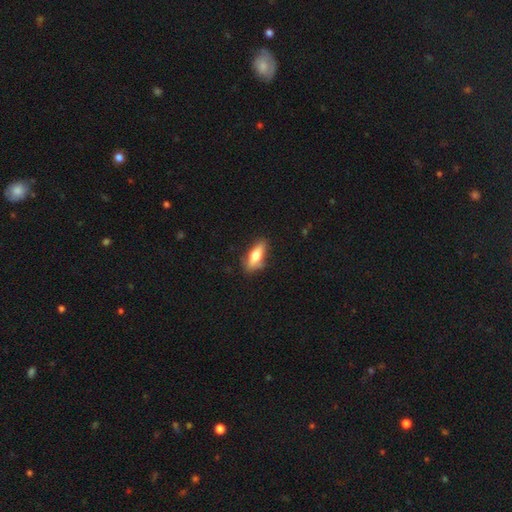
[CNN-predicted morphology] A smooth galaxy with no disk features (66%) that is in between round and cigar-shaped (59%).

Vote fractions:
- Smooth or featured? smooth: 66% / featured or disk: 28% / star or artifact: 6%
- How rounded? in between: 59% / cigar-shaped: 39% / round: 3%
- Merging? none: 73% / minor disturbance: 19% / major disturbance: 5% / merger: 3%